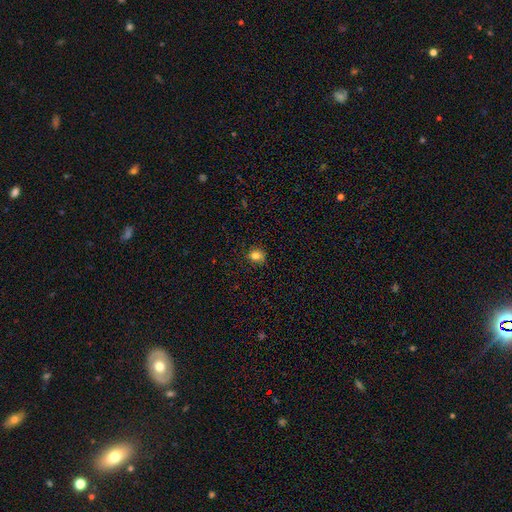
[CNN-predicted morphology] Smooth or featured? Predicted: smooth (p=0.81). How rounded? Predicted: round (p=0.77). Merging? Predicted: none (p=0.84).